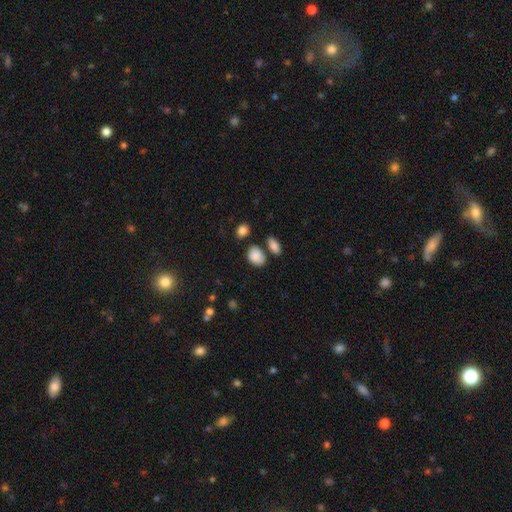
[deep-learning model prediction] smooth-or-featured: smooth: 86% | star or artifact: 8% | featured or disk: 5%
  how-rounded: in between: 71% | round: 28% | cigar-shaped: 2%
  merging: none: 65% | minor disturbance: 18% | merger: 13% | major disturbance: 5%